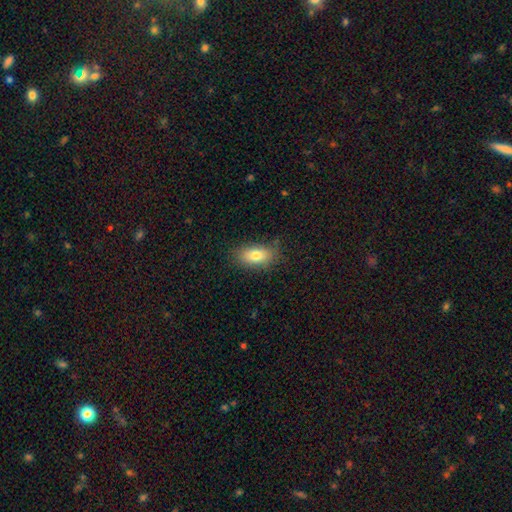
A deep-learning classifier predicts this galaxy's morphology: A smooth galaxy with no disk features (79%) that is in between round and cigar-shaped (88%).

Vote fractions:
- Smooth or featured? smooth: 79% / featured or disk: 12% / star or artifact: 8%
- How rounded? in between: 88% / round: 6% / cigar-shaped: 5%
- Merging? none: 81% / minor disturbance: 14% / major disturbance: 3% / merger: 1%